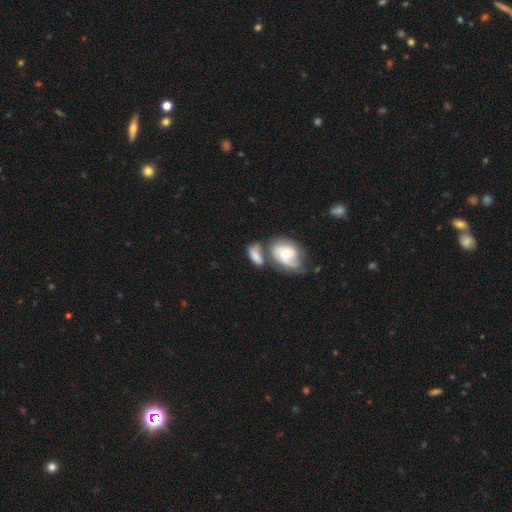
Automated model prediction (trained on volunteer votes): A smooth galaxy with no disk features (57%) that is in between round and cigar-shaped (85%).

Vote fractions:
- Smooth or featured? smooth: 57% / featured or disk: 36% / star or artifact: 7%
- How rounded? in between: 85% / round: 10% / cigar-shaped: 5%
- Merging? merger: 49% / none: 27% / minor disturbance: 15% / major disturbance: 10%